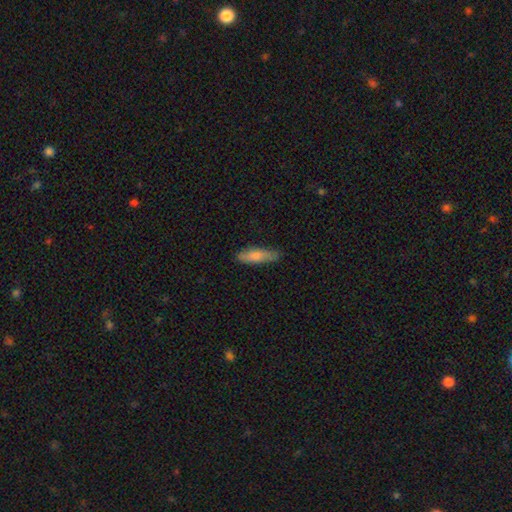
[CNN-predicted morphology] This appears to be a smooth galaxy with no disk features (78%) that is cigar-shaped (58%). Merging: none (76%).